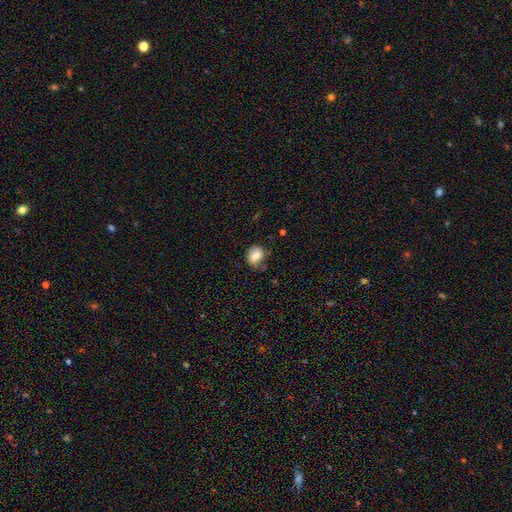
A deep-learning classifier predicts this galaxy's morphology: type=smooth (81%); roundness=in between (54%); merging=none (68%).